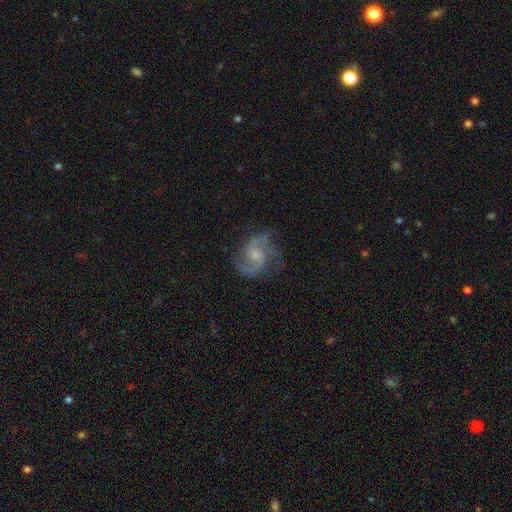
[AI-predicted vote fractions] A featured or disk galaxy (84%) with no bar (52%), 2 (76%) medium (55%) spiral arms (96%) and a small central bulge (52%). Merging: none (72%).